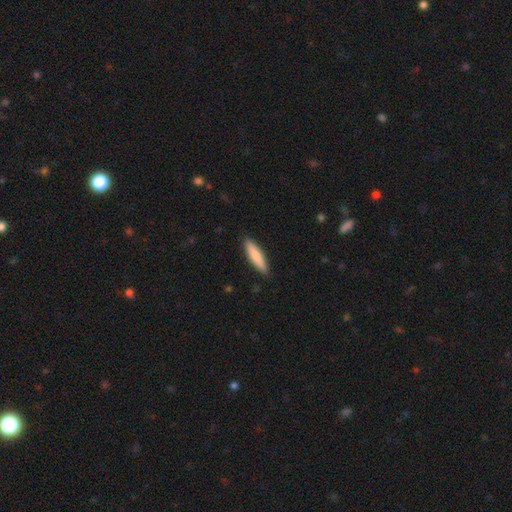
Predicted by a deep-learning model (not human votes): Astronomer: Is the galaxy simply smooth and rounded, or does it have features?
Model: smooth — 79%.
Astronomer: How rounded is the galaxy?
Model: cigar-shaped — 79%.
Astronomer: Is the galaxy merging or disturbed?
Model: none — 89%.